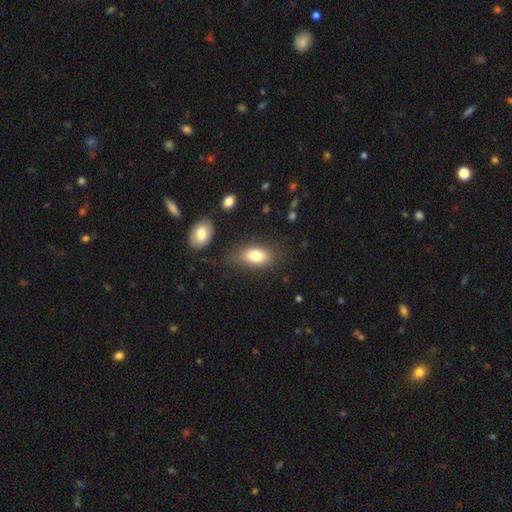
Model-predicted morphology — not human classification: The model was most divided on "merging": none: 70%, minor disturbance: 19%, major disturbance: 6%, merger: 4%. More confident: how rounded — in between (88%); smooth or featured — smooth (79%).